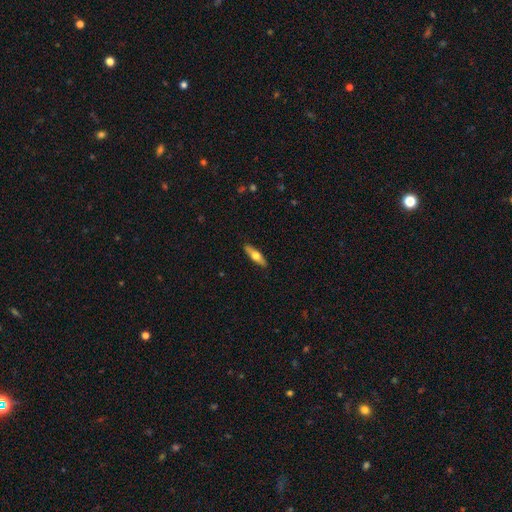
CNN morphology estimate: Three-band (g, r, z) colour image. It shows a smooth galaxy with no disk features (52%) that is cigar-shaped (57%). Merging: none (89%).